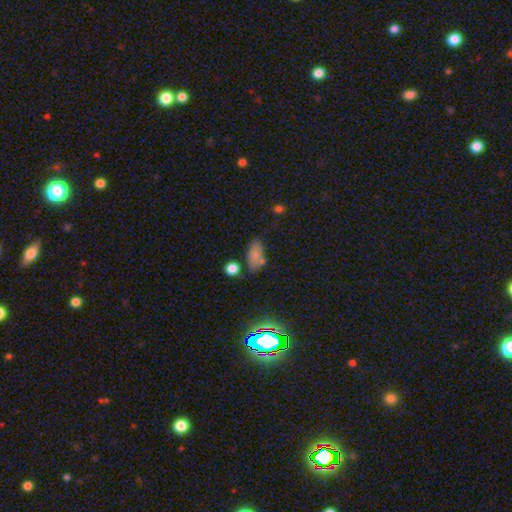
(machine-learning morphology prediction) The model was most divided on "merging": none: 57%, minor disturbance: 22%, merger: 12%, major disturbance: 8%. More confident: how rounded — in between (88%); smooth or featured — smooth (72%).